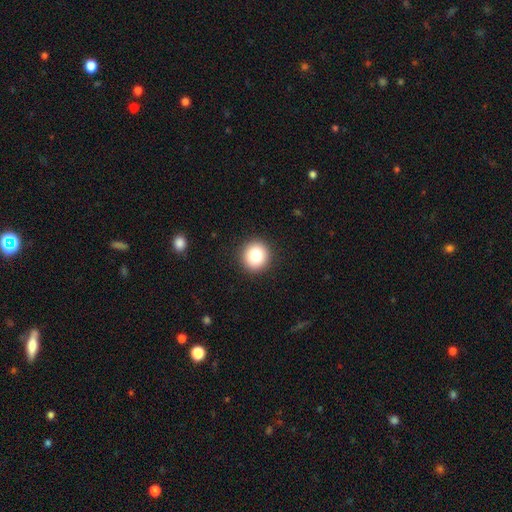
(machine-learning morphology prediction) type=smooth (82%); roundness=round (91%); merging=none (92%).